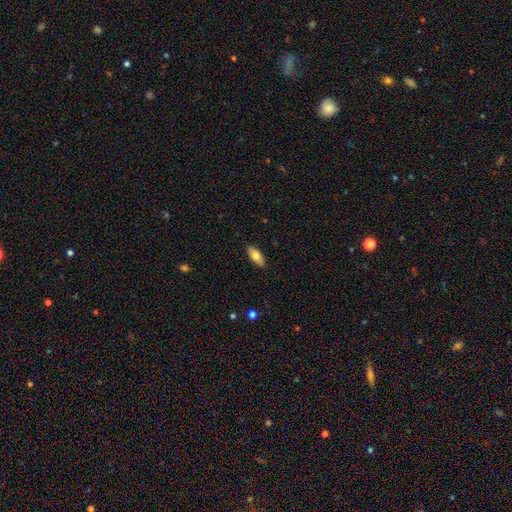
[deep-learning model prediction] Smooth or featured? smooth (74%)
How rounded? in between (86%)
Merging? none (88%)